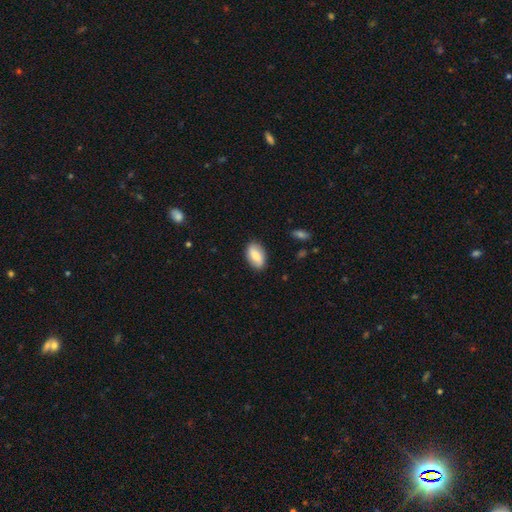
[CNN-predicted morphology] smooth-or-featured: smooth: 67% | featured or disk: 27% | star or artifact: 7%
  how-rounded: in between: 91% | round: 6% | cigar-shaped: 3%
  merging: none: 86% | minor disturbance: 10% | major disturbance: 2% | merger: 1%